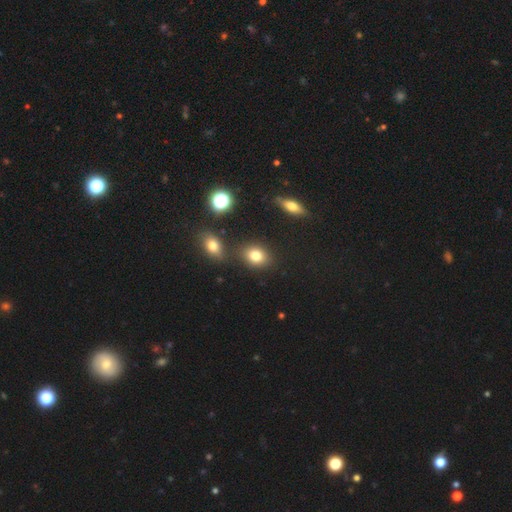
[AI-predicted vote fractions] Smooth or featured? smooth (78%)
How rounded? in between (57%)
Merging? none (78%)